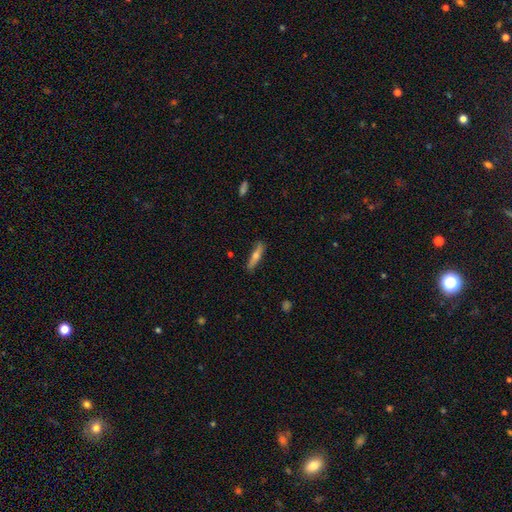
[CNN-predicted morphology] Overall: smooth (50%; featured or disk 43%). How rounded: cigar-shaped (85%). Merging: none (85%).